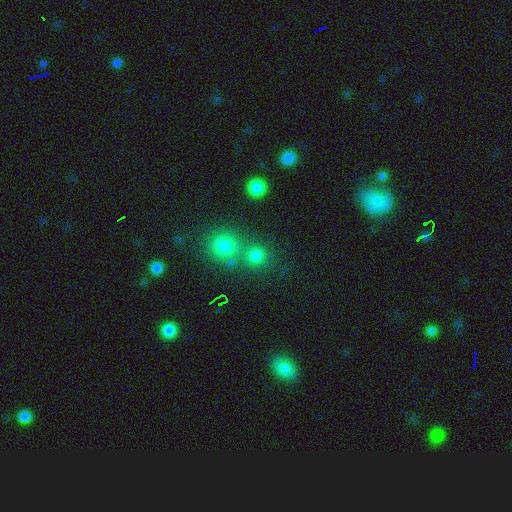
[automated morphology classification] smooth 74%, star or artifact 19%, featured or disk 6%. Down the decision tree: how rounded — round (88%); merging — none (60%).